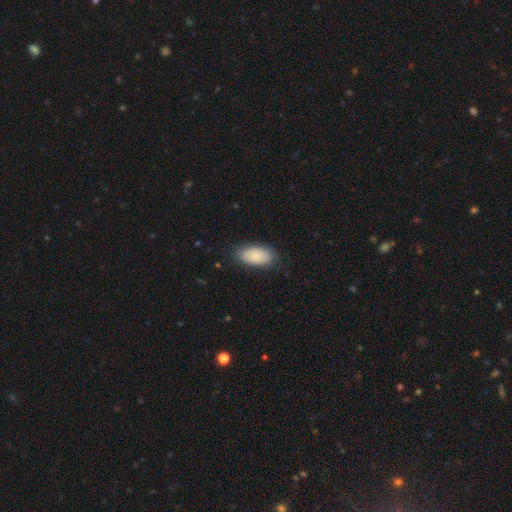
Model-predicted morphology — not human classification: smooth_or_featured: smooth (p=0.84) [alt: featured or disk p=0.10]
how_rounded: in between (p=0.94) [alt: cigar-shaped p=0.04]
merging: none (p=0.82) [alt: minor disturbance p=0.14]